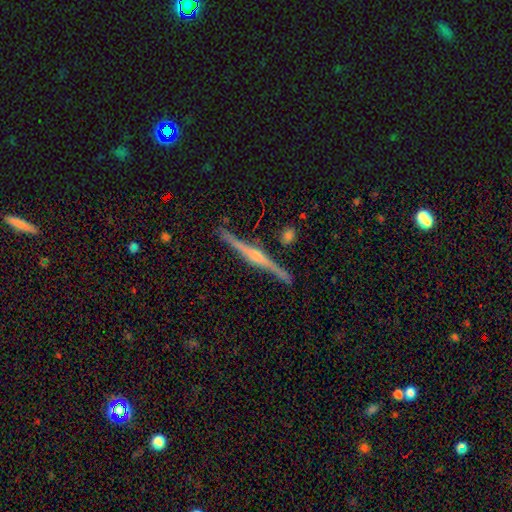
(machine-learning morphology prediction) Smooth or featured: featured or disk — 87% (smooth — 8%)
Edge-on disk: yes — 98% (no — 2%)
Edge-on bulge: rounded — 82% (boxy — 10%)
Merging: none — 87% (minor disturbance — 9%)